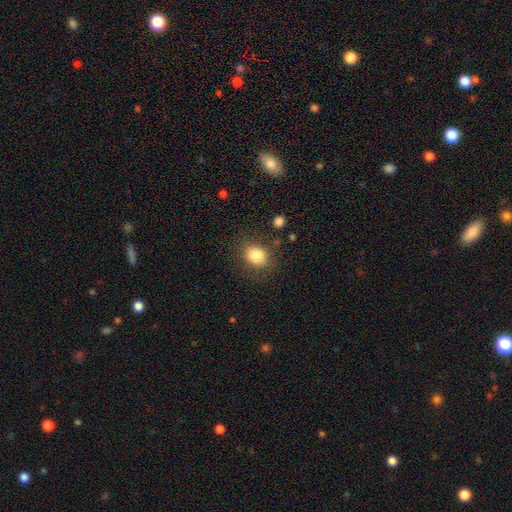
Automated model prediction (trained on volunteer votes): The model was most divided on "how rounded": round: 53%, in between: 46%, cigar-shaped: 1%. More confident: smooth or featured — smooth (83%); merging — none (81%).